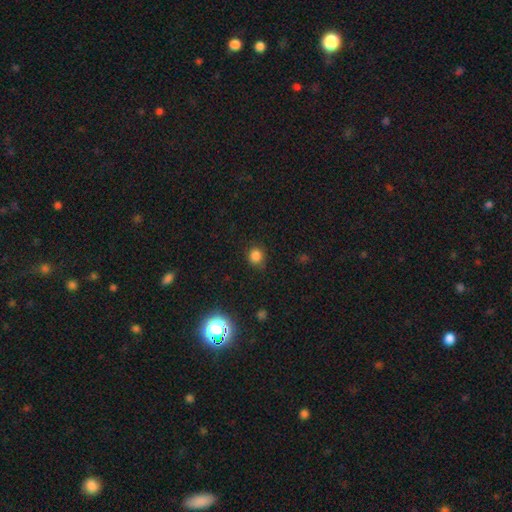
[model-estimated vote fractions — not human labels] The model was most divided on "merging": none: 80%, minor disturbance: 14%, major disturbance: 4%, merger: 1%. More confident: how rounded — round (83%); smooth or featured — smooth (81%).